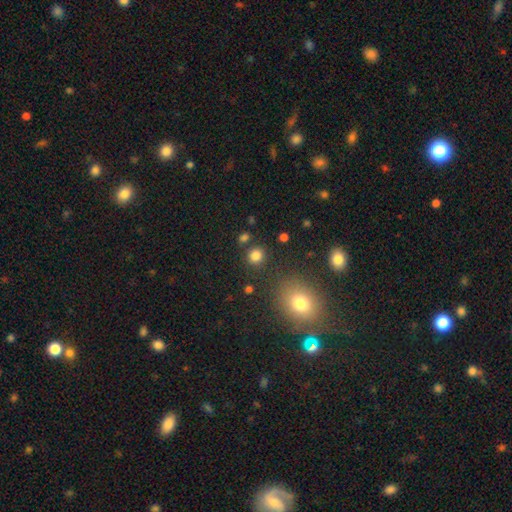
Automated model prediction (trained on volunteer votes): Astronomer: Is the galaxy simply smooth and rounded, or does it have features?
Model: smooth — 82%.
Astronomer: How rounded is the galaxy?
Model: round — 87%.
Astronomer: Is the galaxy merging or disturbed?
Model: none — 85%.